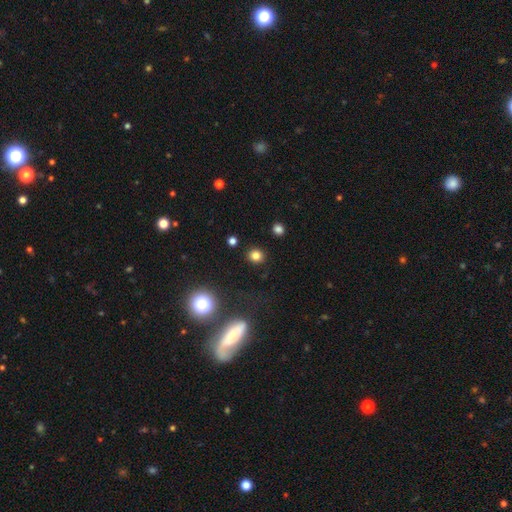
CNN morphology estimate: smooth 80%, star or artifact 15%, featured or disk 5%. Down the decision tree: how rounded — round (85%); merging — none (89%).